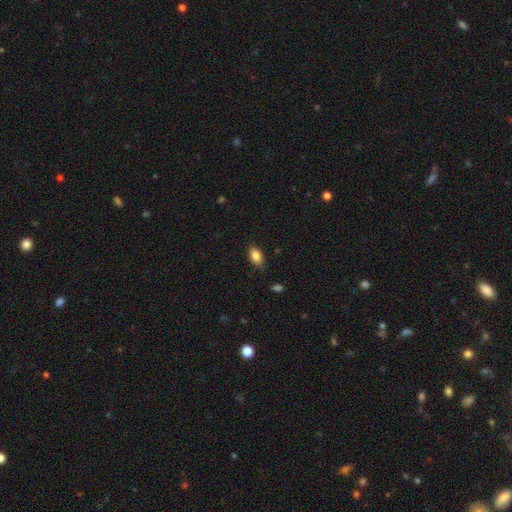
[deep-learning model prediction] The model was most divided on "merging": none: 83%, minor disturbance: 13%, major disturbance: 3%, merger: 1%. More confident: how rounded — in between (91%); smooth or featured — smooth (87%).